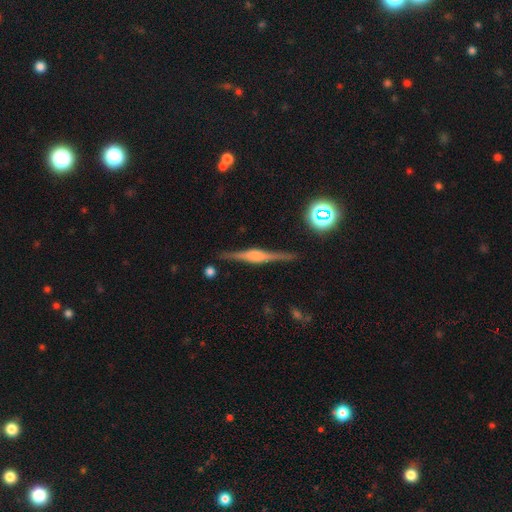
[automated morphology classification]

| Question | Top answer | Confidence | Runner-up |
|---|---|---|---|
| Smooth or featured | featured or disk | 83% | smooth (11%) |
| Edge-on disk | yes | 98% | no (2%) |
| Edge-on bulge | rounded | 69% | boxy (27%) |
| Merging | none | 87% | minor disturbance (9%) |